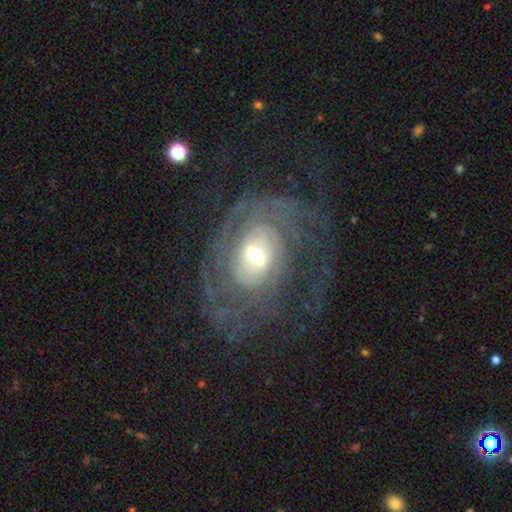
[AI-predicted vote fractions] Smooth or featured?
  - featured or disk: 86% *
  - smooth: 7%
  - star or artifact: 6%
Edge-on disk?
  - no: 96% *
  - yes: 4%
Bar?
  - weak: 44% *
  - no: 37%
  - strong: 19%
Spiral arms?
  - yes: 94% *
  - no: 6%
Spiral winding?
  - tight: 64% *
  - medium: 25%
  - loose: 11%
Spiral arm count?
  - can't tell: 37% *
  - 2: 21%
  - 3: 12%
  - 4: 11%
  - more than 4: 11%
  - 1: 8%
Bulge size?
  - moderate: 60% *
  - small: 28%
  - large: 10%
  - dominant: 1%
  - none: 1%
Merging?
  - none: 65% *
  - major disturbance: 17%
  - minor disturbance: 16%
  - merger: 2%